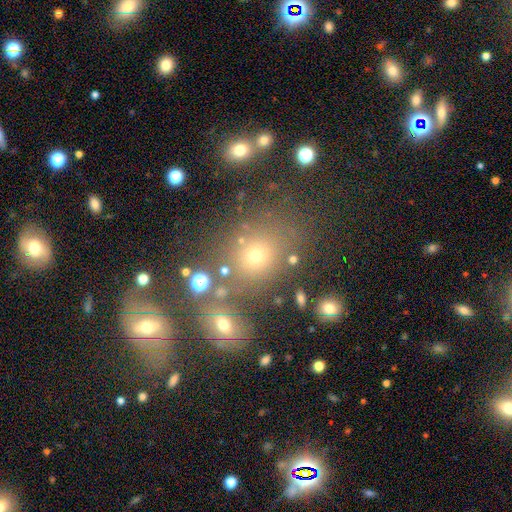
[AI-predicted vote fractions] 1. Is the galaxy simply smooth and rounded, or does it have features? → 56% smooth, 28% star or artifact, 16% featured or disk.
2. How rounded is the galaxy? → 63% round, 36% in between, 2% cigar-shaped.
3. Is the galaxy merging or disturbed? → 65% none, 16% merger, 13% minor disturbance, 7% major disturbance.